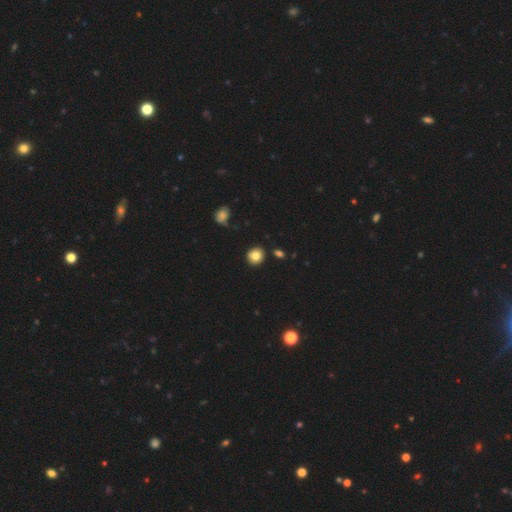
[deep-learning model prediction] This appears to be a smooth galaxy with no disk features (82%) that is round (80%). Merging: none (86%).